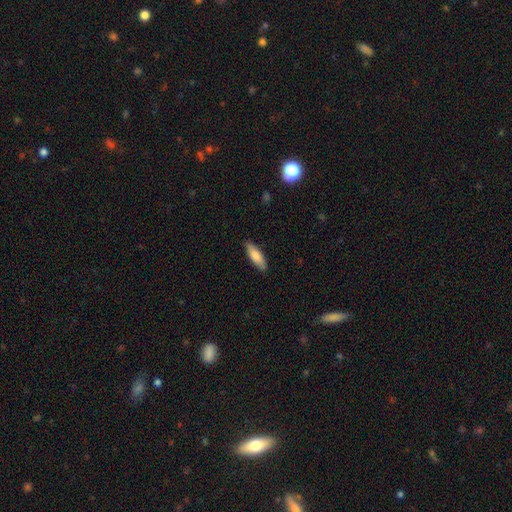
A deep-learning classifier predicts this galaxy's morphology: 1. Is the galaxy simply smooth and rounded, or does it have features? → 81% smooth, 14% featured or disk, 6% star or artifact.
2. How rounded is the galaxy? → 54% in between, 44% cigar-shaped, 2% round.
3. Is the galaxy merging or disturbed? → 87% none, 10% minor disturbance, 2% major disturbance, 1% merger.